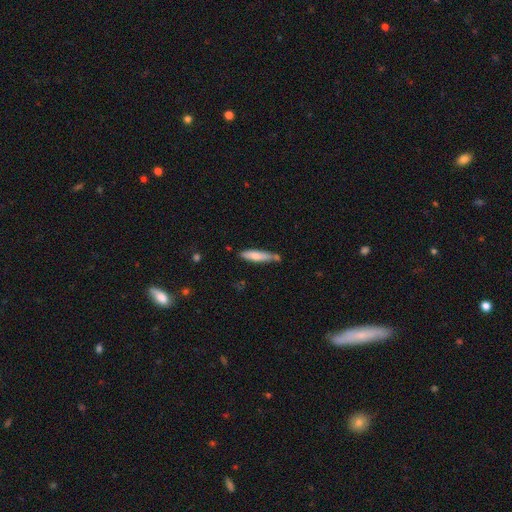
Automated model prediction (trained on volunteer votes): This is likely a smooth galaxy (71%). How rounded: clearly cigar-shaped (82%). Merging: likely none (65%).